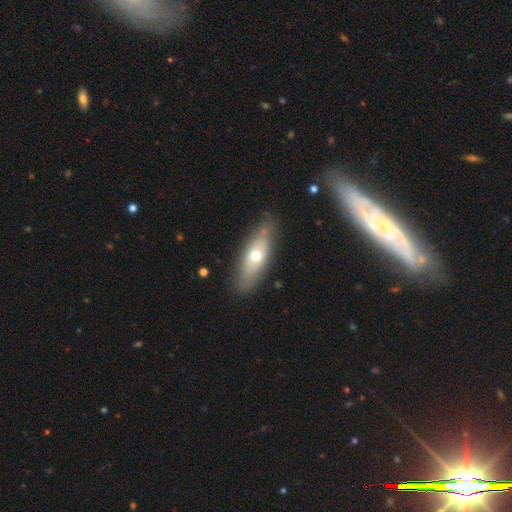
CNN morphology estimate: Smooth or featured?
  - smooth: 56% *
  - featured or disk: 38%
  - star or artifact: 6%
How rounded?
  - in between: 58% *
  - cigar-shaped: 40%
  - round: 3%
Merging?
  - none: 81% *
  - minor disturbance: 13%
  - major disturbance: 3%
  - merger: 2%